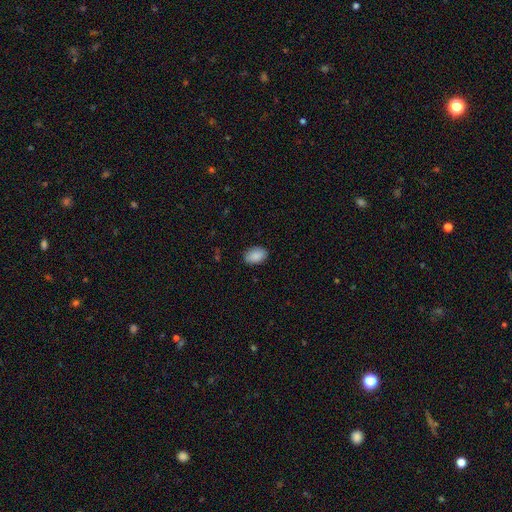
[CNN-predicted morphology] Smooth or featured: smooth — 90% (star or artifact — 7%)
How rounded: in between — 87% (round — 12%)
Merging: none — 88% (minor disturbance — 9%)